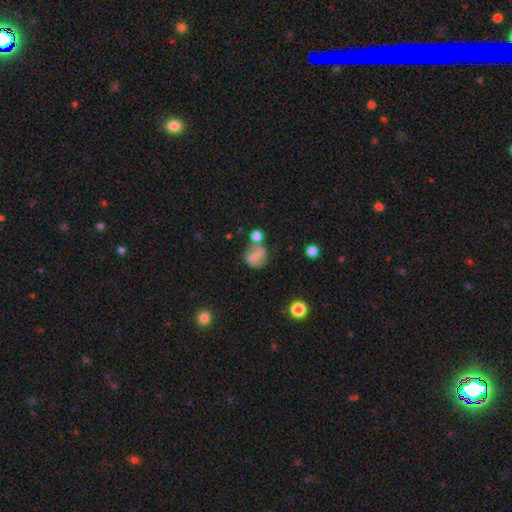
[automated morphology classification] Smooth or featured? Predicted: featured or disk (p=0.54). Edge-on disk? Predicted: no (p=0.97). Bar? Predicted: strong (p=0.43). Spiral arms? Predicted: yes (p=0.75). Bulge size? Predicted: small (p=0.40). Merging? Predicted: none (p=0.57).